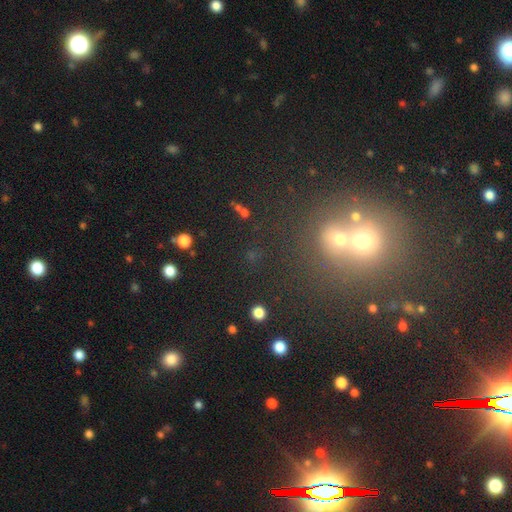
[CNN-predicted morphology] smooth 45%, star or artifact 40%, featured or disk 15%. Down the decision tree: merging — merger (44%, tied with none).